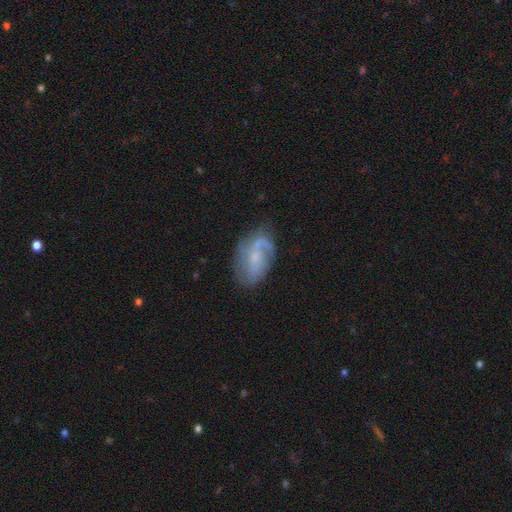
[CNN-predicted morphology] This appears to be a featured or disk galaxy (69%) with no bar (47%), 2 (47%) loose (42%) spiral arms (88%) and a small central bulge (49%). Merging: none (61%).